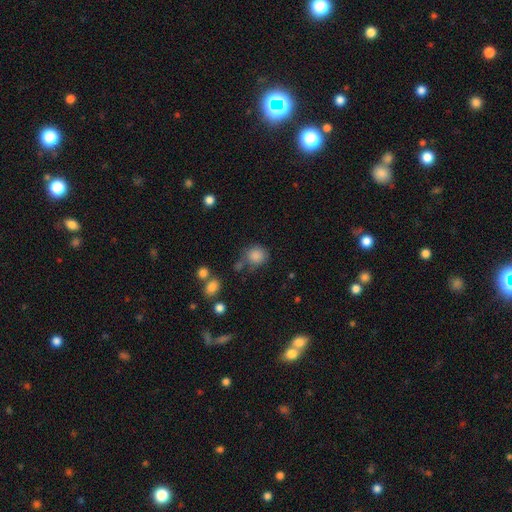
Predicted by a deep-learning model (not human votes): Overall: smooth (85%). How rounded: round (82%). Merging: none (67%).